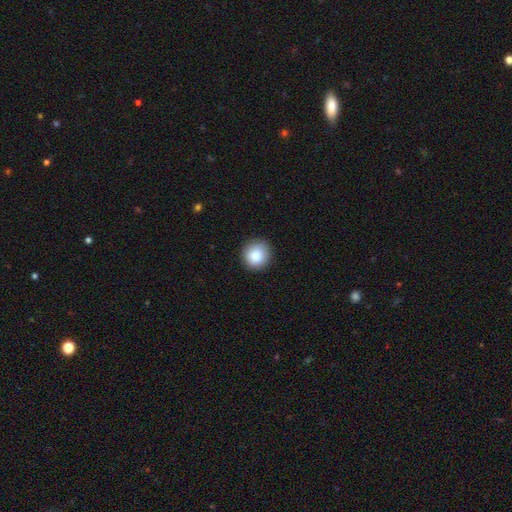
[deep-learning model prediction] Smooth or featured? Predicted: smooth (p=0.85). How rounded? Predicted: round (p=0.92). Merging? Predicted: none (p=0.90).